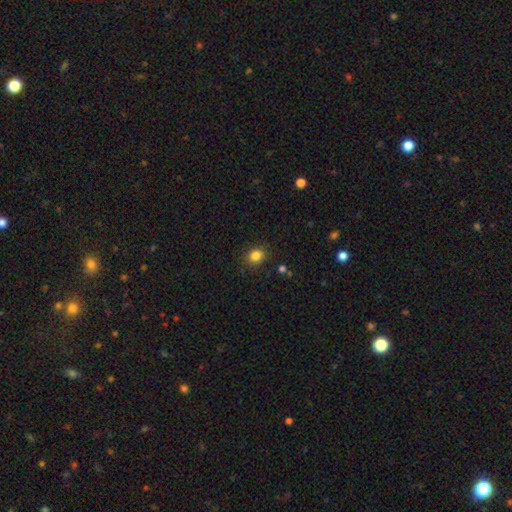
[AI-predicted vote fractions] Smooth or featured?
  - smooth: 84% *
  - star or artifact: 11%
  - featured or disk: 5%
How rounded?
  - round: 66% *
  - in between: 33%
  - cigar-shaped: 1%
Merging?
  - none: 87% *
  - minor disturbance: 9%
  - major disturbance: 3%
  - merger: 2%